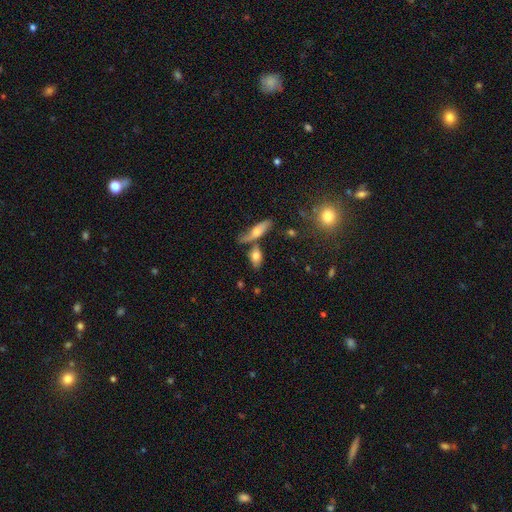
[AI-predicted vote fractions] Q: Smooth or featured?
A: smooth (72%); runner-up: featured or disk (19%)
Q: How rounded?
A: in between (76%); runner-up: cigar-shaped (15%)
Q: Merging?
A: none (55%); runner-up: merger (27%)